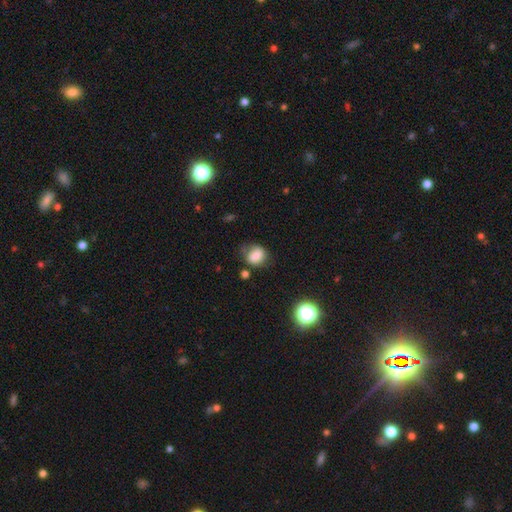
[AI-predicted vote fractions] smooth-or-featured: smooth: 78% | featured or disk: 11% | star or artifact: 10%
  how-rounded: round: 55% | in between: 44% | cigar-shaped: 1%
  merging: none: 57% | minor disturbance: 28% | major disturbance: 10% | merger: 5%